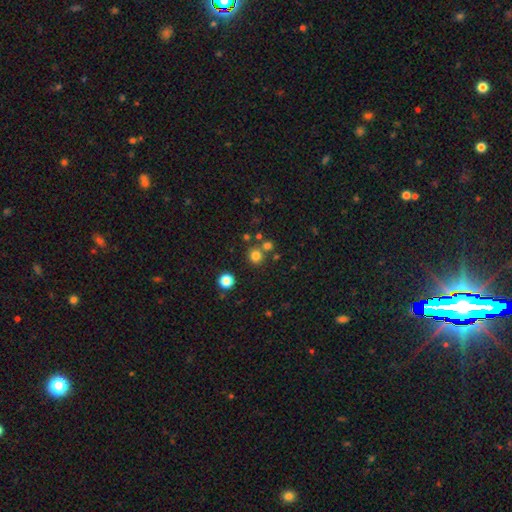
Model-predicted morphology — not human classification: The model was most divided on "smooth or featured": smooth: 77%, star or artifact: 17%, featured or disk: 6%. More confident: how rounded — round (92%); merging — none (76%).